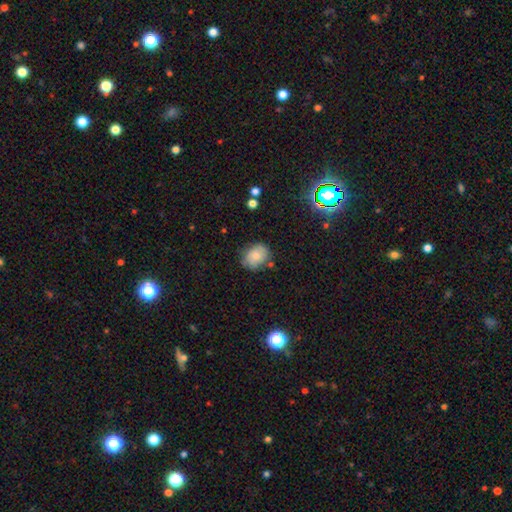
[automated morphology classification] Overall: smooth (73%). How rounded: in between (50%; round 49%). Merging: none (69%).